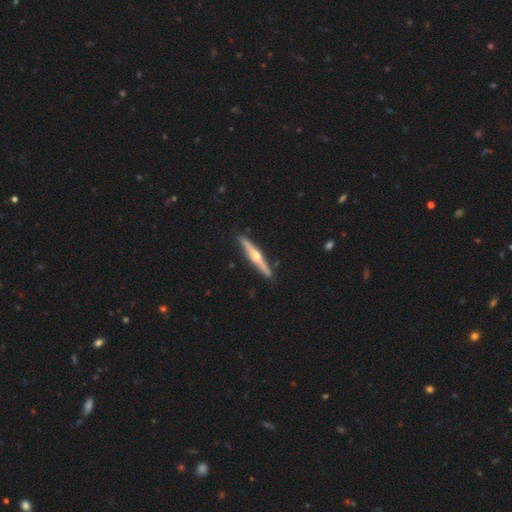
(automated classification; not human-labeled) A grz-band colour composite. It shows a featured or disk galaxy (79%) viewed edge-on (98%) with a rounded central bulge (95%). Merging: none (91%).